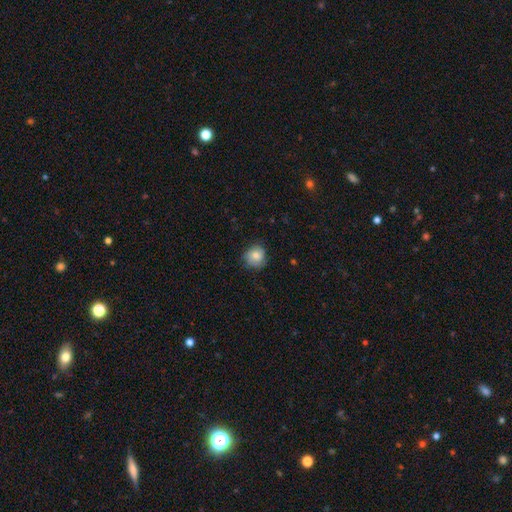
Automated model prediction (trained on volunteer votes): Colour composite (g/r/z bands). It shows a smooth galaxy with no disk features (77%) that is round (83%). Merging: none (71%).